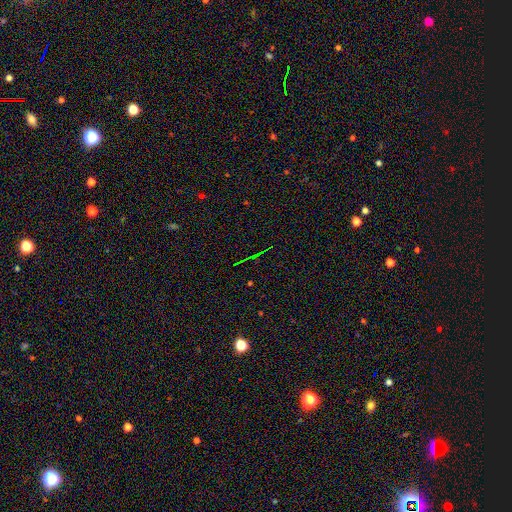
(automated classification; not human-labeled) A star or artifact, not a galaxy (72%).

Vote fractions:
- Smooth or featured? star or artifact: 72% / featured or disk: 14% / smooth: 13%